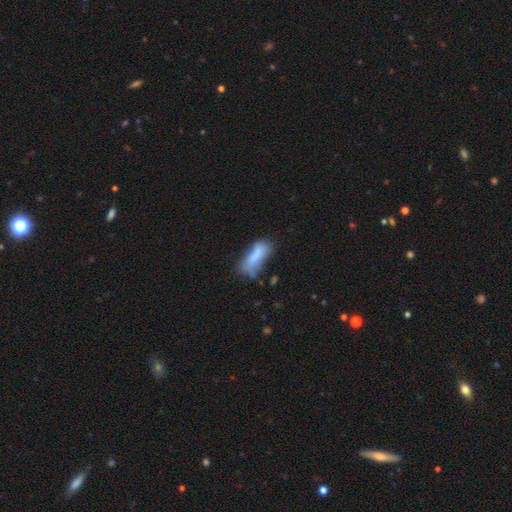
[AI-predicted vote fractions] A smooth galaxy with no disk features (70%) that is in between round and cigar-shaped (71%). Merging: none (35%).